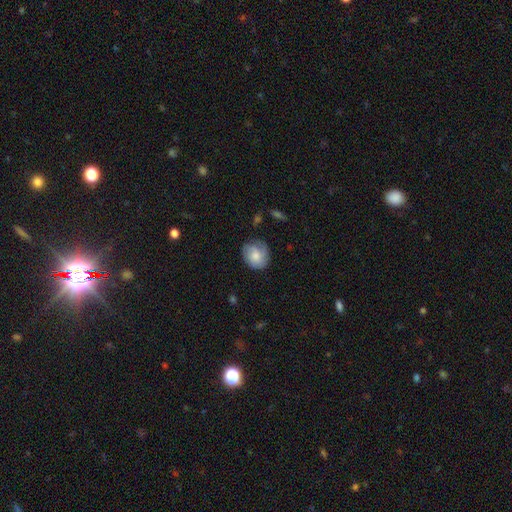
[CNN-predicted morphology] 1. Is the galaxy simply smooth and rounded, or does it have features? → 59% smooth, 34% featured or disk, 7% star or artifact.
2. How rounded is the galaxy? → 67% round, 32% in between, 1% cigar-shaped.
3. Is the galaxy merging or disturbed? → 65% none, 24% minor disturbance, 9% major disturbance, 2% merger.